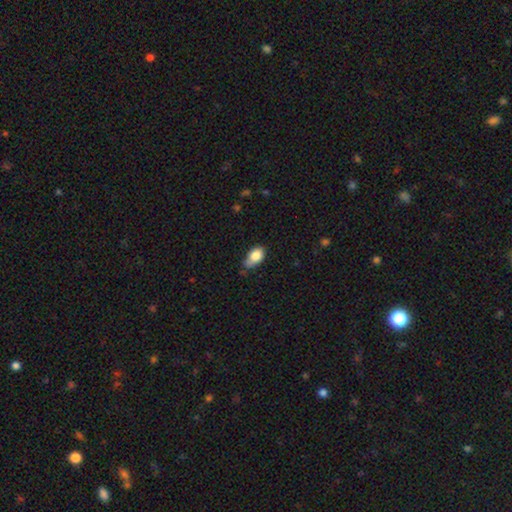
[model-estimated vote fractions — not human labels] The model was most divided on "merging": minor disturbance: 45%, none: 40%, major disturbance: 10%, merger: 5%. More confident: how rounded — in between (86%); smooth or featured — smooth (82%).